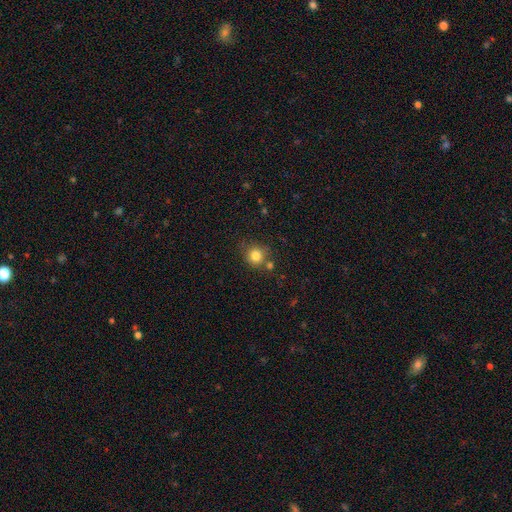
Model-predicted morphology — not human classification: Q: Smooth or featured?
A: smooth (82%); runner-up: star or artifact (11%)
Q: How rounded?
A: round (90%); runner-up: in between (9%)
Q: Merging?
A: none (73%); runner-up: merger (12%)